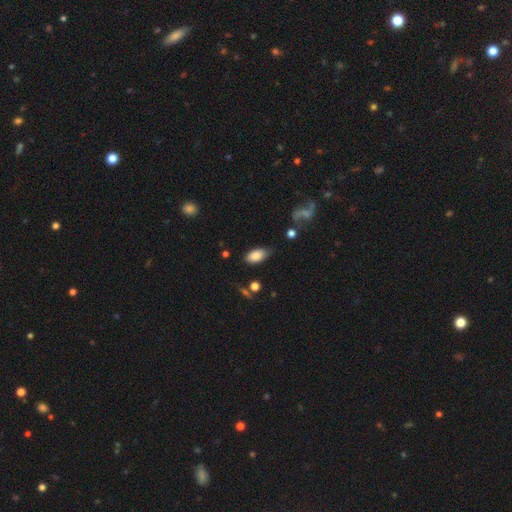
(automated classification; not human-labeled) Overall: smooth (83%). How rounded: in between (92%). Merging: none (64%; minor disturbance 26%).